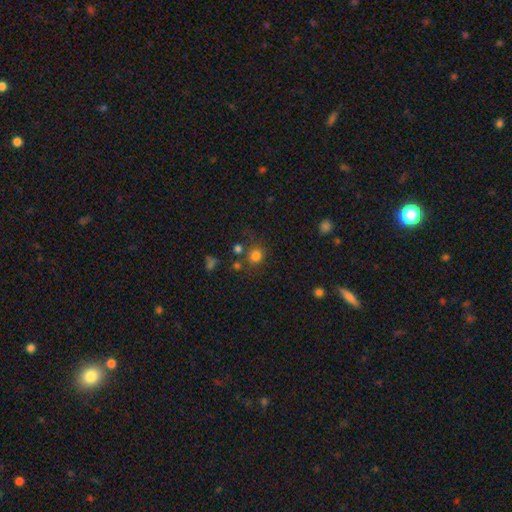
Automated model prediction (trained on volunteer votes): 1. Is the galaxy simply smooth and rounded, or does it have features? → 78% smooth, 15% star or artifact, 6% featured or disk.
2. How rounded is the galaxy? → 87% round, 12% in between, 1% cigar-shaped.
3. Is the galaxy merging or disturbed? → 69% none, 13% merger, 12% minor disturbance, 6% major disturbance.